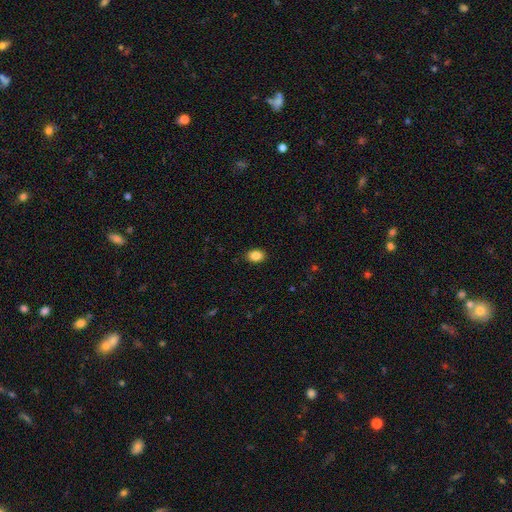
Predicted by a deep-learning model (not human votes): This is clearly a smooth galaxy (86%). How rounded: likely in between (77%). Merging: clearly none (88%).